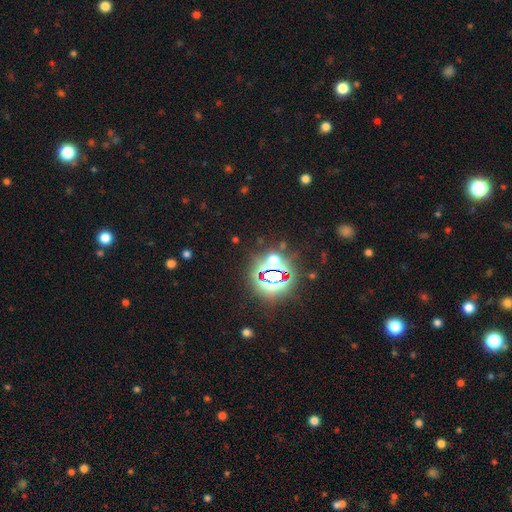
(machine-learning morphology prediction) Smooth or featured?
  - star or artifact: 83% *
  - smooth: 11%
  - featured or disk: 6%